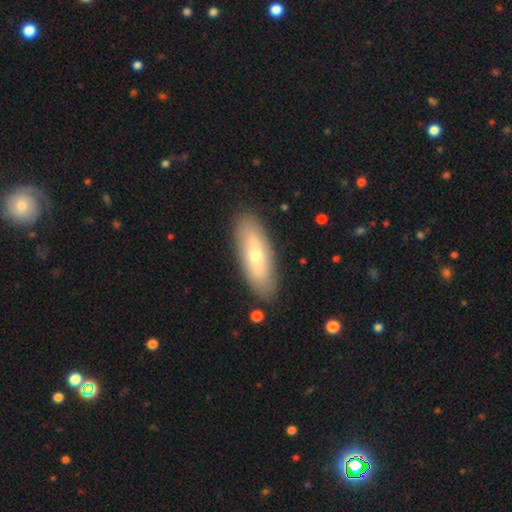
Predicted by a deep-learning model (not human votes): Q: Smooth or featured?
A: smooth (54%); runner-up: featured or disk (40%)
Q: How rounded?
A: in between (61%); runner-up: cigar-shaped (37%)
Q: Merging?
A: none (87%); runner-up: minor disturbance (9%)